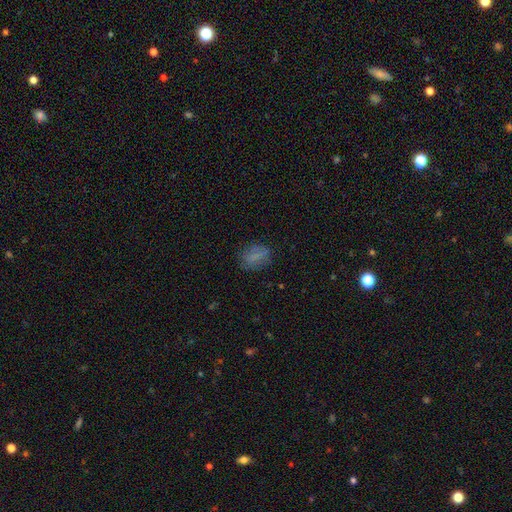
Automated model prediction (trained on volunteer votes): Q: Smooth or featured?
A: smooth (72%); runner-up: featured or disk (16%)
Q: How rounded?
A: in between (70%); runner-up: round (25%)
Q: Merging?
A: none (74%); runner-up: minor disturbance (17%)